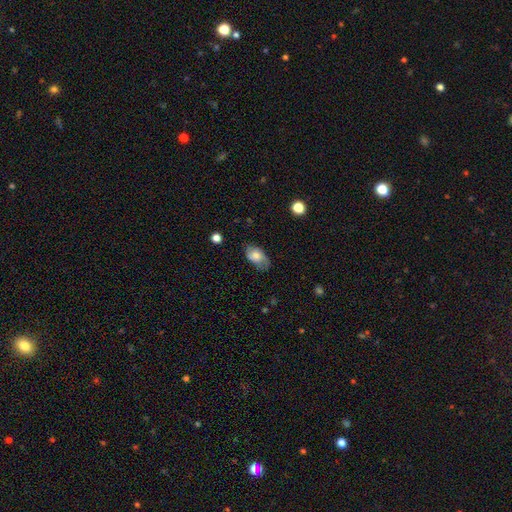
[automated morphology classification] Smooth or featured: smooth — 59% (featured or disk — 32%)
How rounded: in between — 88% (round — 11%)
Merging: none — 63% (minor disturbance — 27%)